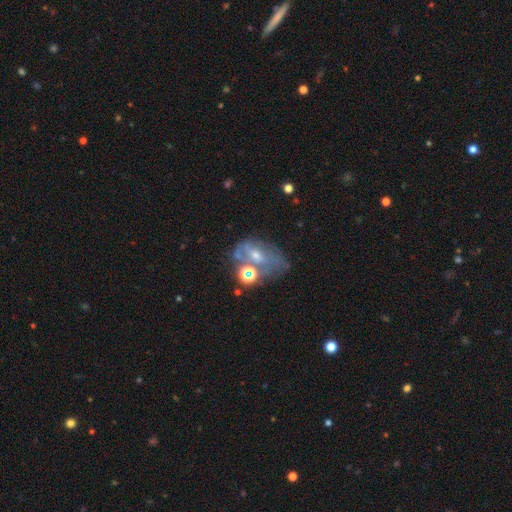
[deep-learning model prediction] Smooth or featured?
  - featured or disk: 51% *
  - smooth: 26%
  - star or artifact: 23%
Edge-on disk?
  - no: 93% *
  - yes: 7%
Merging?
  - none: 39% *
  - major disturbance: 21%
  - merger: 21%
  - minor disturbance: 19%